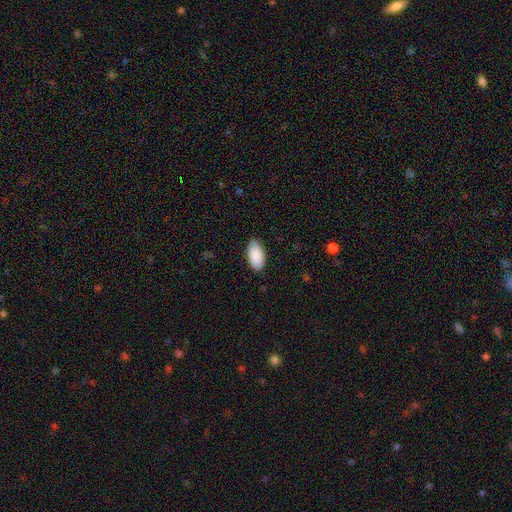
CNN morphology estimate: type=smooth (90%); roundness=in between (96%); merging=none (85%).